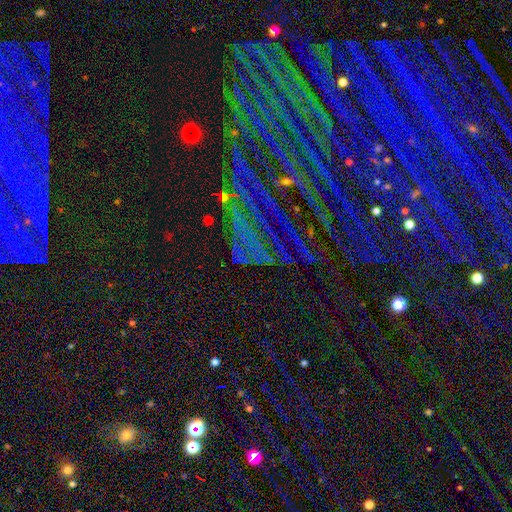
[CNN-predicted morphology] smooth-or-featured: star or artifact: 85% | featured or disk: 8% | smooth: 7%